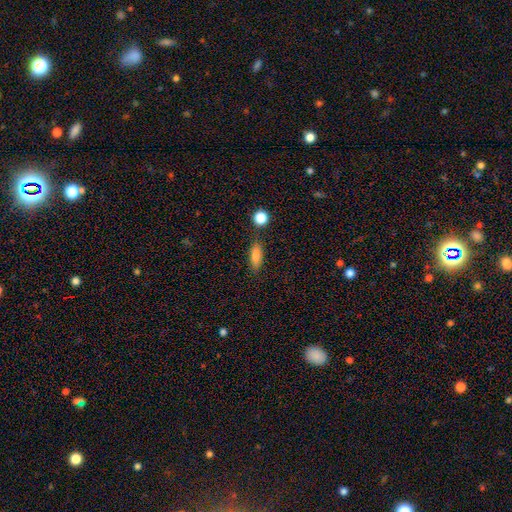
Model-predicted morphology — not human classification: Smooth or featured? Predicted: smooth (p=0.82). How rounded? Predicted: in between (p=0.62). Merging? Predicted: none (p=0.81).